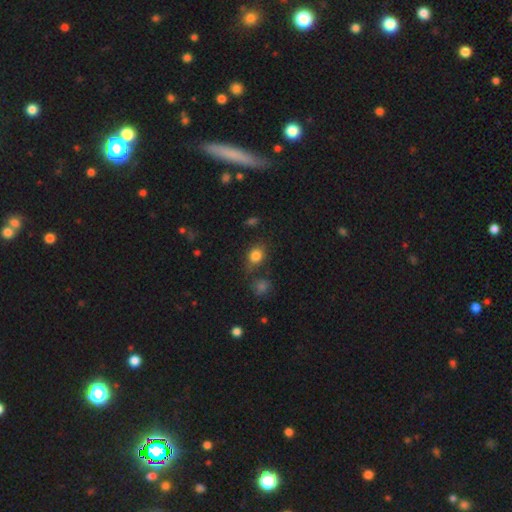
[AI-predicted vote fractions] Smooth or featured? smooth (82%)
How rounded? round (55%)
Merging? none (67%)